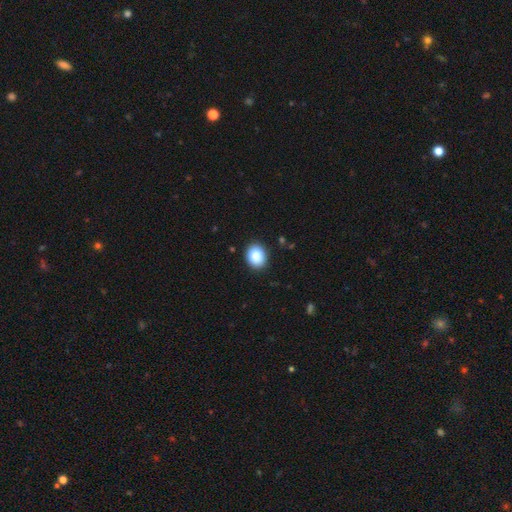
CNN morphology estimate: Smooth or featured?
  - smooth: 86% *
  - star or artifact: 9%
  - featured or disk: 6%
How rounded?
  - round: 54% *
  - in between: 45%
  - cigar-shaped: 1%
Merging?
  - none: 89% *
  - minor disturbance: 8%
  - major disturbance: 2%
  - merger: 1%